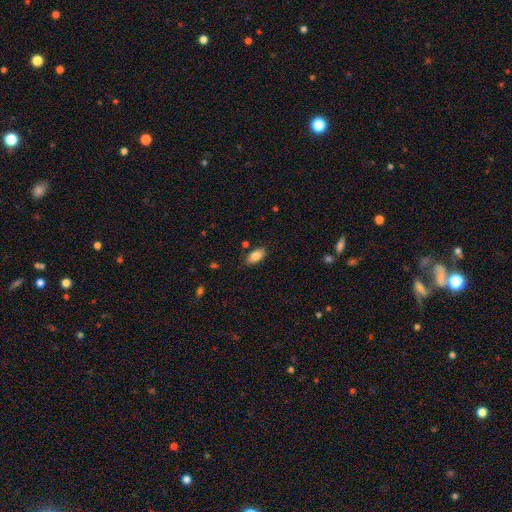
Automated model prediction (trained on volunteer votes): Smooth or featured? smooth (84%)
How rounded? in between (93%)
Merging? none (83%)